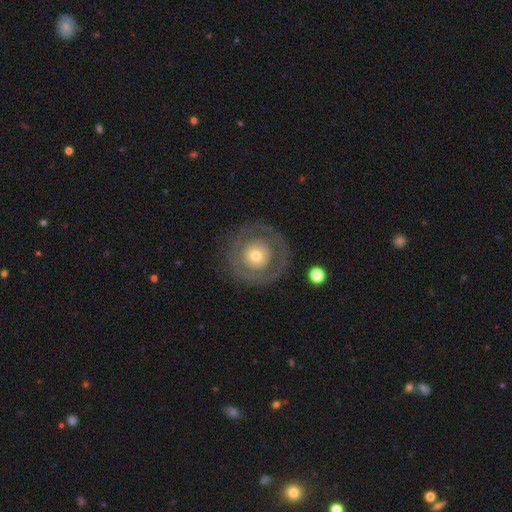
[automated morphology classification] type=featured or disk (53%); edge-on=no (96%); bar=no (91%); spiral arms=no (81%); bulge=moderate (54%); merging=none (79%).